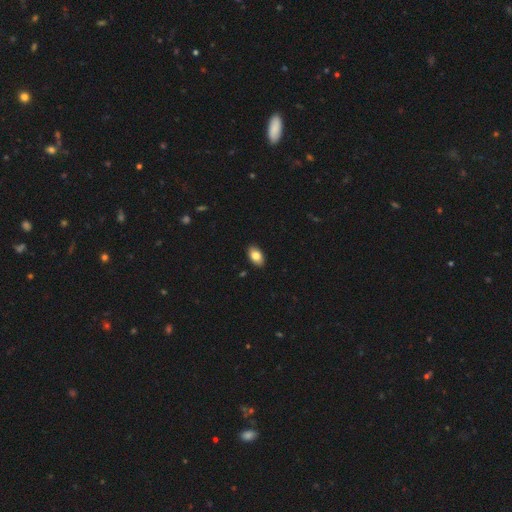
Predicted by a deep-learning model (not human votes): A smooth galaxy with no disk features (83%) that is in between round and cigar-shaped (92%). Merging: none (90%).